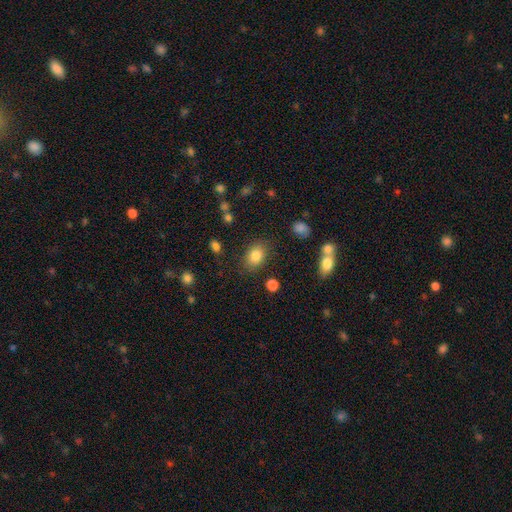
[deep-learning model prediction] Overall: smooth (82%). How rounded: in between (71%). Merging: none (81%).